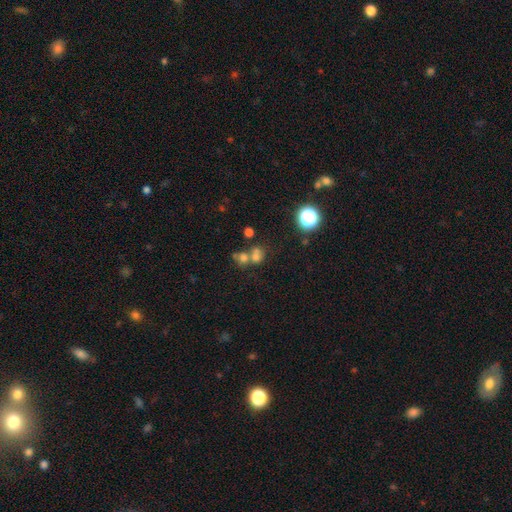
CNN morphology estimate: Q: Smooth or featured?
A: smooth (64%); runner-up: star or artifact (22%)
Q: How rounded?
A: round (67%); runner-up: in between (32%)
Q: Merging?
A: merger (53%); runner-up: none (34%)